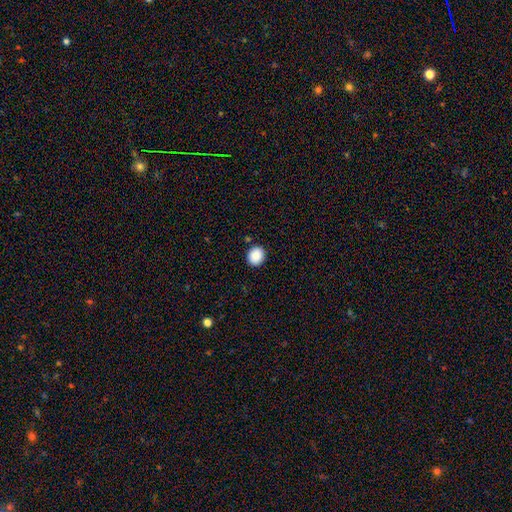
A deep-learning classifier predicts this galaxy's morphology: Smooth or featured: smooth — 89% (star or artifact — 8%)
How rounded: round — 73% (in between — 26%)
Merging: none — 90% (minor disturbance — 7%)